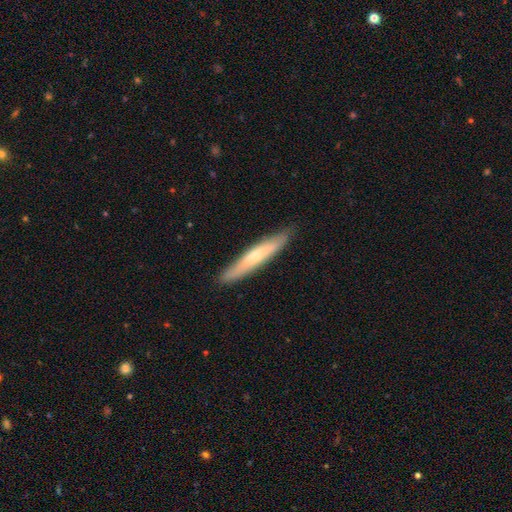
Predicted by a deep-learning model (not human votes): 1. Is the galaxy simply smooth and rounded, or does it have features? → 51% smooth, 43% featured or disk, 6% star or artifact.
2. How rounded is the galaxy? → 92% cigar-shaped, 7% in between, 1% round.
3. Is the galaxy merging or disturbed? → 87% none, 10% minor disturbance, 2% major disturbance, 1% merger.